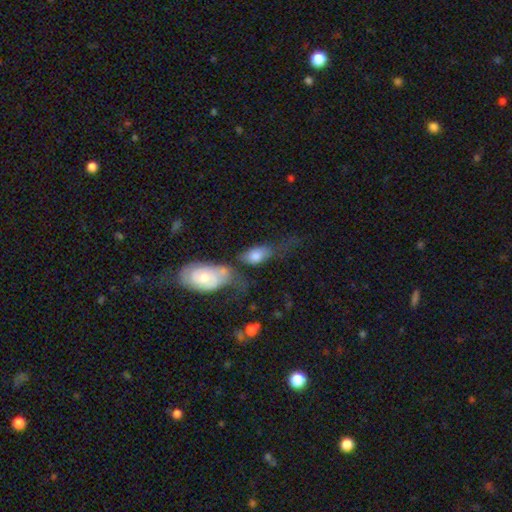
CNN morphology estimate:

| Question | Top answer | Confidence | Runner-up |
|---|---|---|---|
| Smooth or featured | smooth | 63% | featured or disk (30%) |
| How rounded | in between | 87% | round (7%) |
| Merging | merger | 35% | none (25%) |